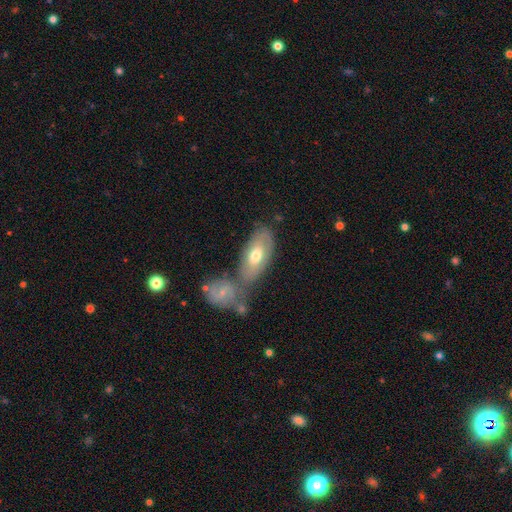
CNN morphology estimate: Smooth or featured? smooth (56%)
How rounded? in between (87%)
Merging? none (46%)